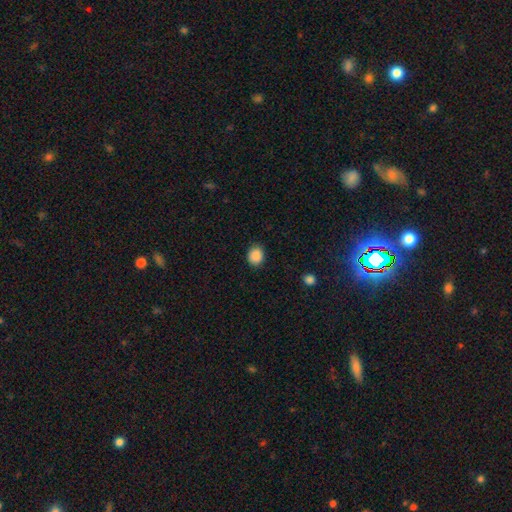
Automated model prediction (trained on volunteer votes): This is clearly a smooth galaxy (89%). How rounded: possibly round (59%). Merging: clearly none (88%).